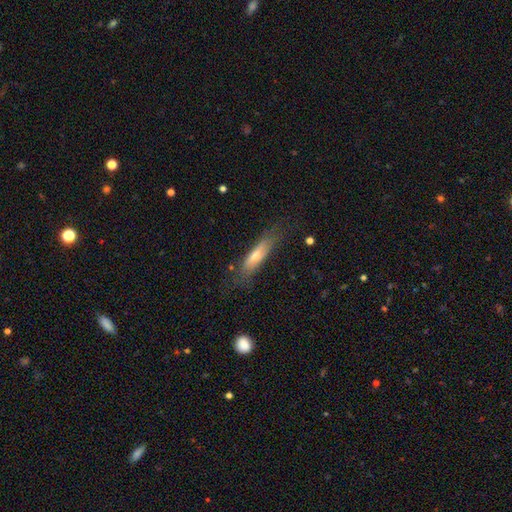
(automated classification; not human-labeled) Smooth or featured? smooth (54%)
How rounded? cigar-shaped (74%)
Merging? none (70%)